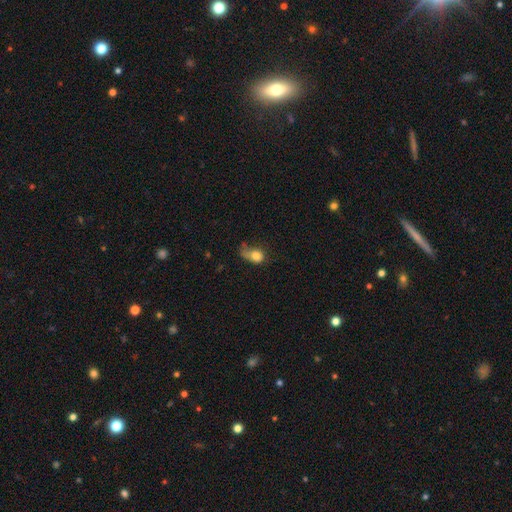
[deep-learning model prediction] smooth 73%, featured or disk 17%, star or artifact 9%. Down the decision tree: how rounded — in between (62%); merging — major disturbance (41%).